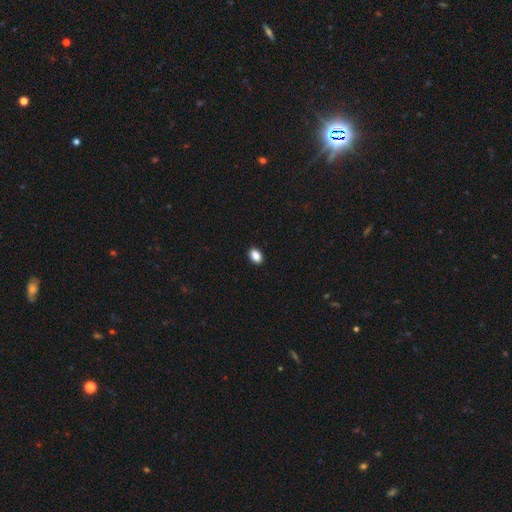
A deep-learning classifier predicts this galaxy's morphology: Smooth or featured: smooth — 88% (star or artifact — 9%)
How rounded: in between — 82% (round — 17%)
Merging: none — 91% (minor disturbance — 6%)